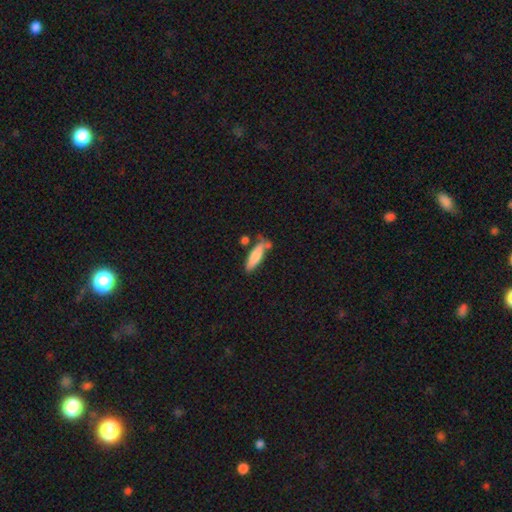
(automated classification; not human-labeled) The model was most divided on "how rounded": cigar-shaped: 63%, in between: 36%, round: 2%. More confident: smooth or featured — smooth (79%); merging — none (60%).